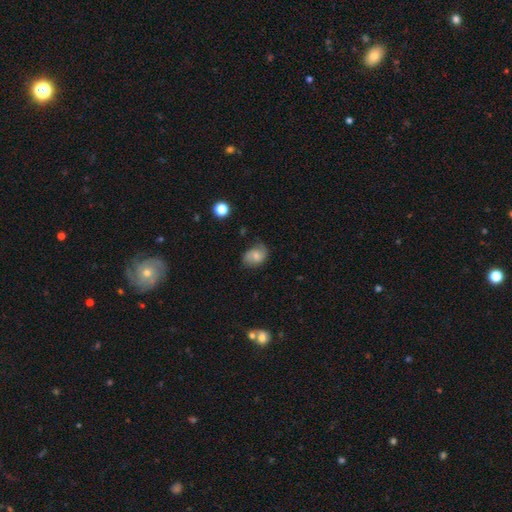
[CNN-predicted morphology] type=smooth (62%); roundness=in between (70%); merging=none (66%).